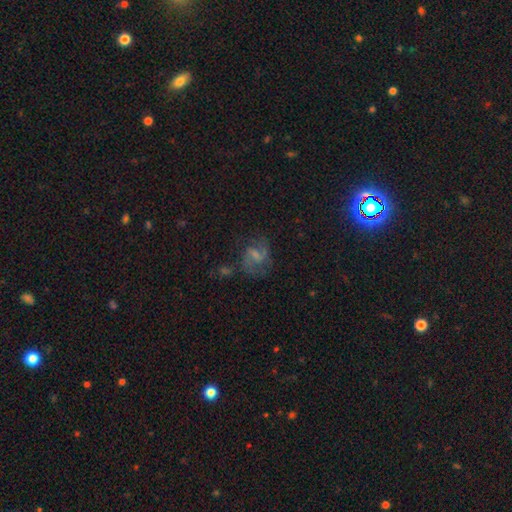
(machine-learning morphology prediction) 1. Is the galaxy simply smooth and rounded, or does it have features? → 59% featured or disk, 30% smooth, 11% star or artifact.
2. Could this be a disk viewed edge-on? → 97% no, 3% yes.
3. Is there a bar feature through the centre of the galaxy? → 54% weak, 25% no, 21% strong.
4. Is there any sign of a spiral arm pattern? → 80% yes, 20% no.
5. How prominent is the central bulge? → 32% none (tied), 32% small (tied), 28% moderate, 7% large, 2% dominant.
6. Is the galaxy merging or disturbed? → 51% none, 22% major disturbance, 21% minor disturbance, 6% merger.